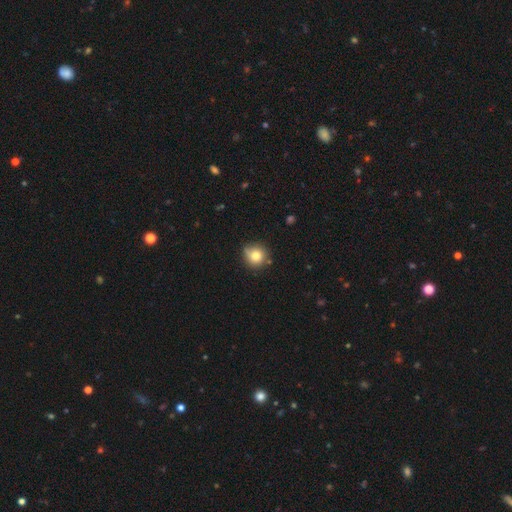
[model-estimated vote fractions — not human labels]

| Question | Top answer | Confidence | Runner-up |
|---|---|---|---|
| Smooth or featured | smooth | 78% | star or artifact (11%) |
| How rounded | round | 91% | in between (8%) |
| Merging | none | 70% | minor disturbance (22%) |